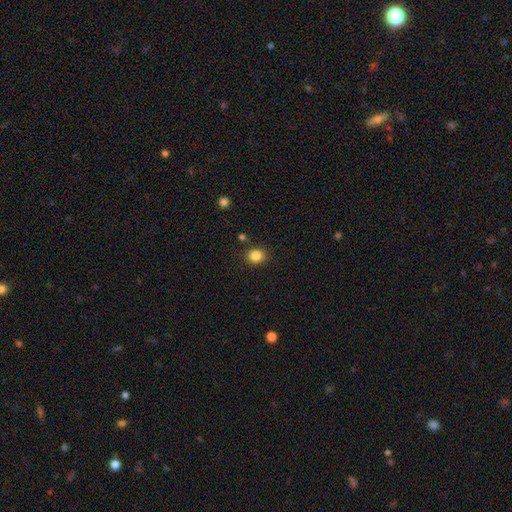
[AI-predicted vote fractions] Smooth or featured?
  - smooth: 84% *
  - star or artifact: 11%
  - featured or disk: 4%
How rounded?
  - round: 76% *
  - in between: 23%
  - cigar-shaped: 1%
Merging?
  - none: 85% *
  - minor disturbance: 9%
  - merger: 3%
  - major disturbance: 3%